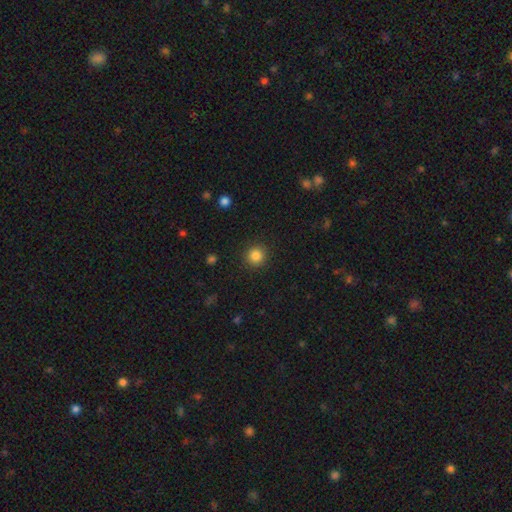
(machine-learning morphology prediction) smooth-or-featured: smooth: 85% | star or artifact: 11% | featured or disk: 4%
  how-rounded: round: 94% | in between: 5% | cigar-shaped: 1%
  merging: none: 91% | minor disturbance: 5% | major disturbance: 2% | merger: 1%